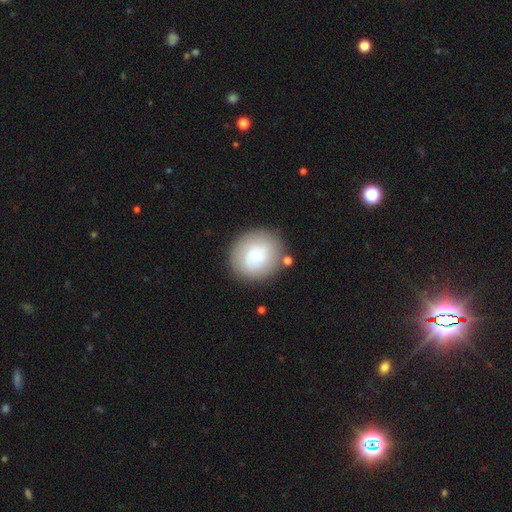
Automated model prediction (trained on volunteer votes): The model was most divided on "smooth or featured": smooth: 65%, featured or disk: 28%, star or artifact: 7%. More confident: how rounded — round (87%); merging — none (80%).